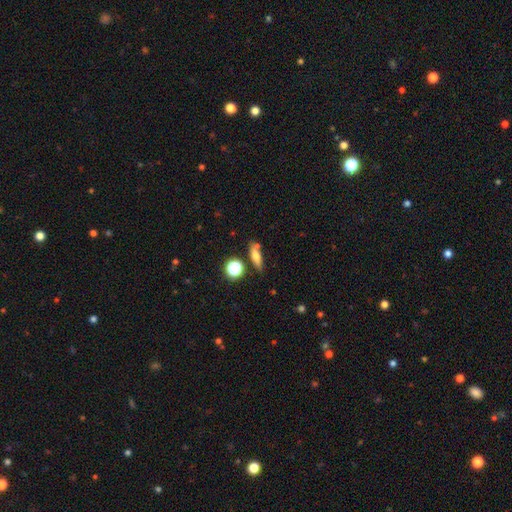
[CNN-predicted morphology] A smooth galaxy with no disk features (65%) that is cigar-shaped (45%).

Vote fractions:
- Smooth or featured? smooth: 65% / featured or disk: 22% / star or artifact: 13%
- How rounded? cigar-shaped: 45% / in between: 43% / round: 12%
- Merging? none: 66% / minor disturbance: 17% / merger: 11% / major disturbance: 6%